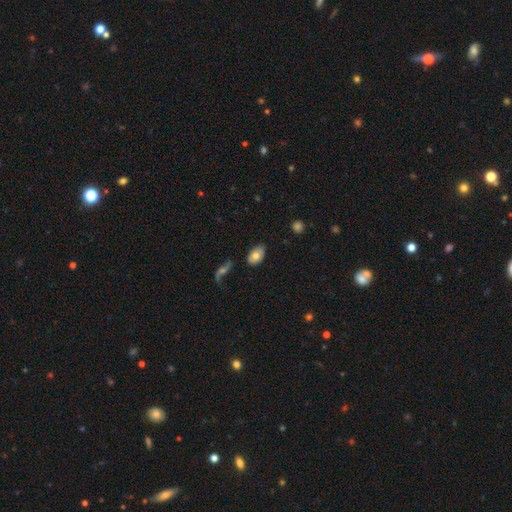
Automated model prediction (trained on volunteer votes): smooth 69%, featured or disk 24%, star or artifact 7%. Down the decision tree: how rounded — in between (91%); merging — none (74%).